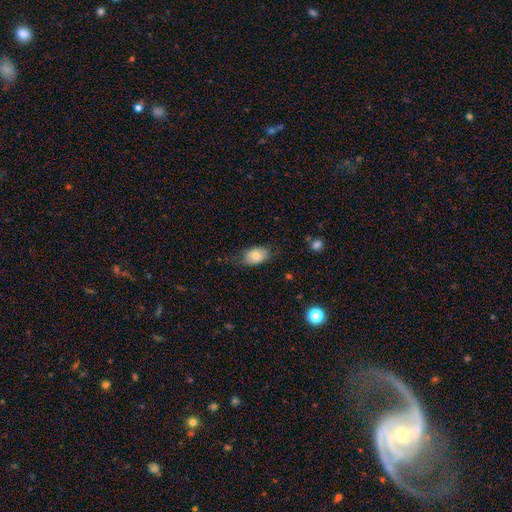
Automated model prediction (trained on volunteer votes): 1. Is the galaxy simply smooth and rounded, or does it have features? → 77% smooth, 15% featured or disk, 8% star or artifact.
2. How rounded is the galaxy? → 86% in between, 12% round, 2% cigar-shaped.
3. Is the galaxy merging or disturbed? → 66% none, 25% minor disturbance, 8% major disturbance, 1% merger.